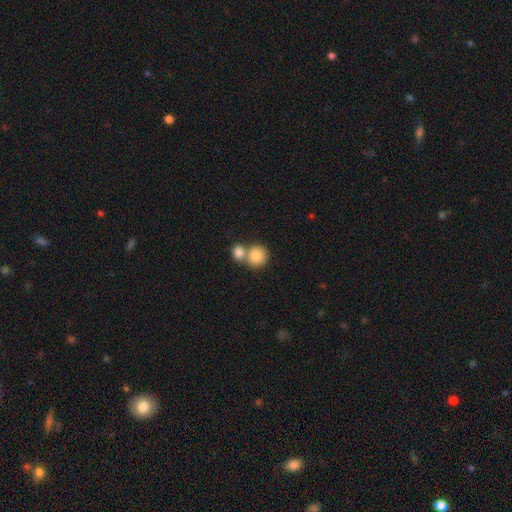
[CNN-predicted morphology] Smooth or featured: smooth — 84% (star or artifact — 8%)
How rounded: round — 88% (in between — 11%)
Merging: merger — 48% (none — 42%)